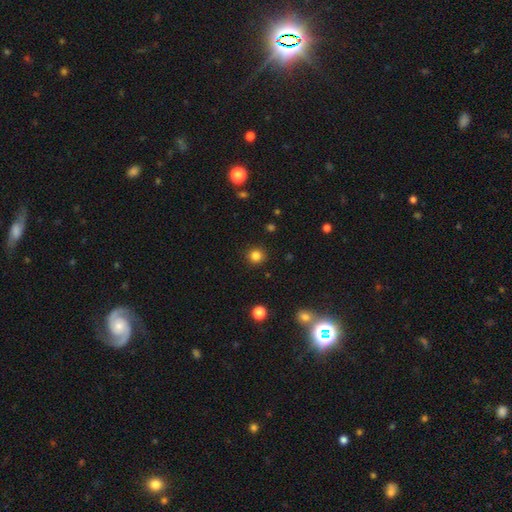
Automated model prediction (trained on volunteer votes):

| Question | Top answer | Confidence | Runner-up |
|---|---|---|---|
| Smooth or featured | smooth | 83% | star or artifact (13%) |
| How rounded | round | 92% | in between (7%) |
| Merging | none | 92% | minor disturbance (5%) |